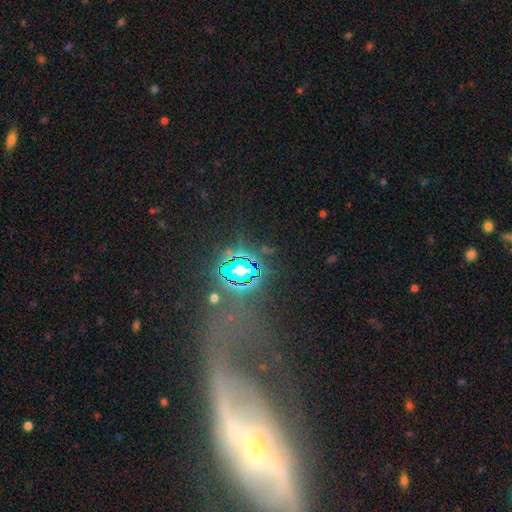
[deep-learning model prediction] smooth-or-featured: star or artifact: 45% | featured or disk: 34% | smooth: 20%